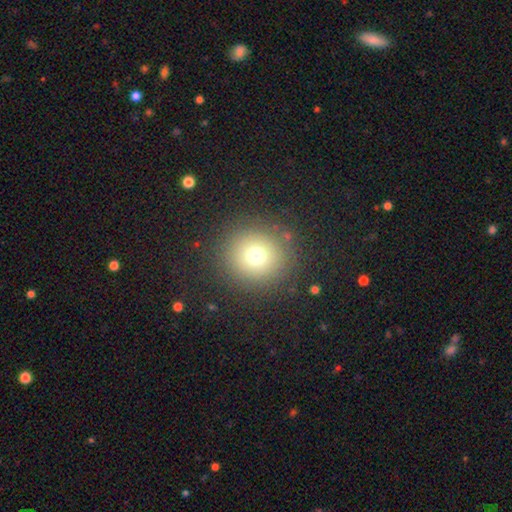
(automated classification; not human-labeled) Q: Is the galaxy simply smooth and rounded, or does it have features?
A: smooth — 73%.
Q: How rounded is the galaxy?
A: round — 93%.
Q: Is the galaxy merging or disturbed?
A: none — 86%.